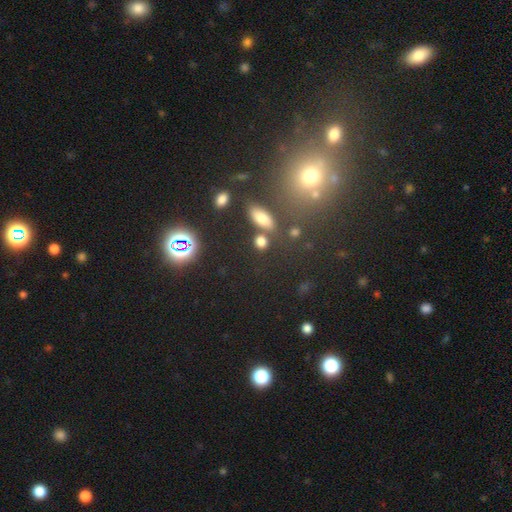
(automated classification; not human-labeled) A star or artifact, not a galaxy (59%).

Vote fractions:
- Smooth or featured? star or artifact: 59% / smooth: 32% / featured or disk: 9%